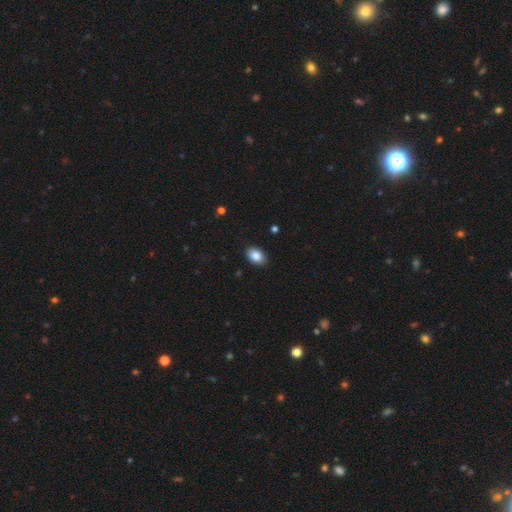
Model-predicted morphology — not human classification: The model was most divided on "how rounded": in between: 82%, round: 17%, cigar-shaped: 1%. More confident: merging — none (88%); smooth or featured — smooth (87%).